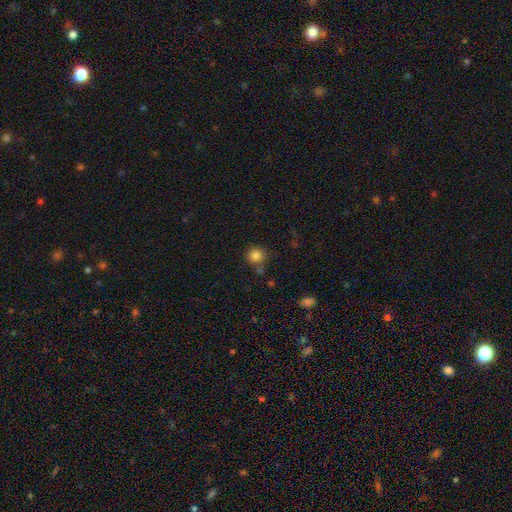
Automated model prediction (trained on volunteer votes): Q: Smooth or featured?
A: smooth (83%); runner-up: star or artifact (12%)
Q: How rounded?
A: round (92%); runner-up: in between (7%)
Q: Merging?
A: none (76%); runner-up: minor disturbance (12%)